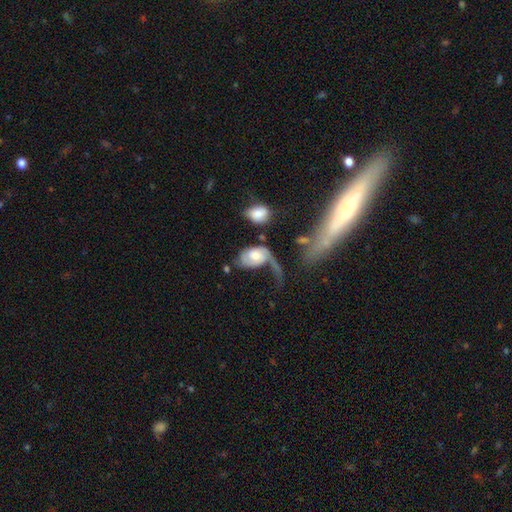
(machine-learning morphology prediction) Smooth or featured? featured or disk (60%)
Edge-on disk? no (96%)
Bar? no (71%)
Spiral arms? yes (81%)
Bulge size? moderate (58%)
Merging? major disturbance (47%)